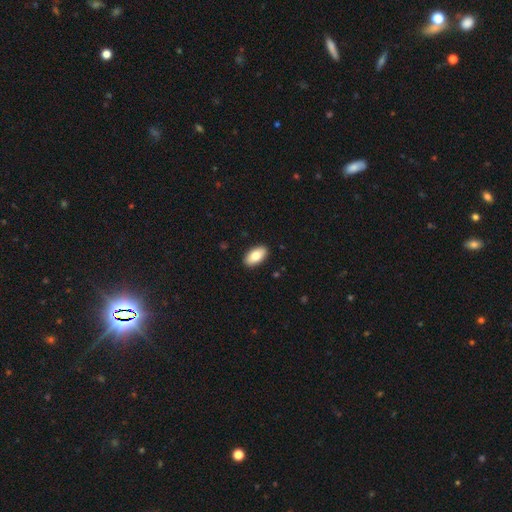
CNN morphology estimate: A smooth galaxy with no disk features (79%) that is in between round and cigar-shaped (94%). Merging: none (91%).